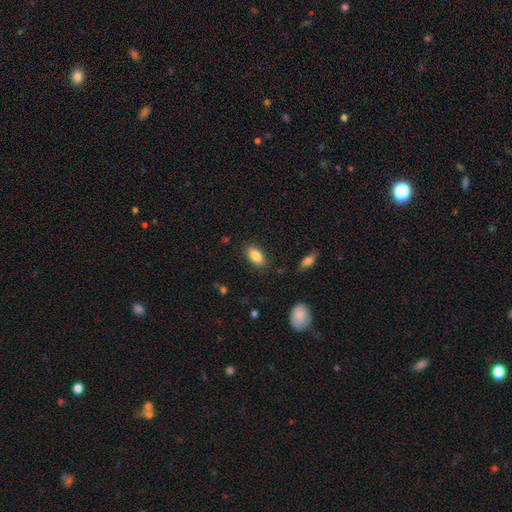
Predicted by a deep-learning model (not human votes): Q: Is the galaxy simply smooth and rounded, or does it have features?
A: smooth — 86%.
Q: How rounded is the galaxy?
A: in between — 88%.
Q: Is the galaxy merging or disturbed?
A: none — 85%.